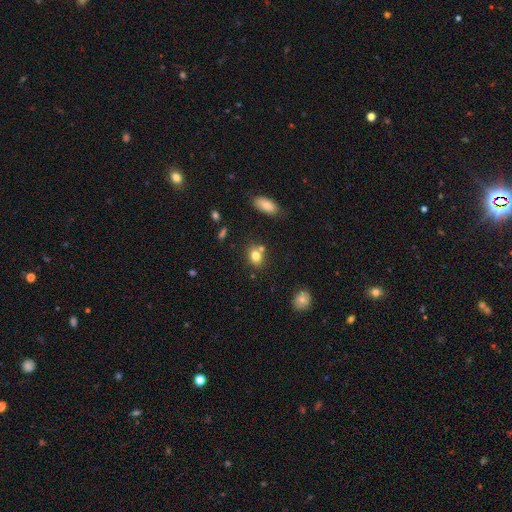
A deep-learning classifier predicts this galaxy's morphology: This is likely a smooth galaxy (77%). How rounded: possibly in between (50%). Merging: likely none (63%).